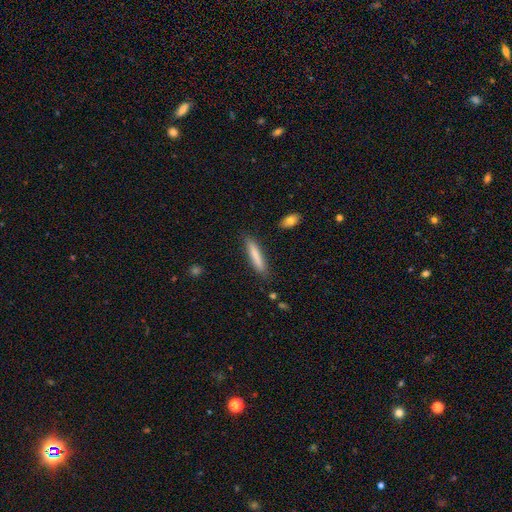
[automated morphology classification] A smooth galaxy with no disk features (81%) that is cigar-shaped (89%).

Vote fractions:
- Smooth or featured? smooth: 81% / featured or disk: 13% / star or artifact: 6%
- How rounded? cigar-shaped: 89% / in between: 10% / round: 1%
- Merging? none: 86% / minor disturbance: 10% / major disturbance: 2% / merger: 2%